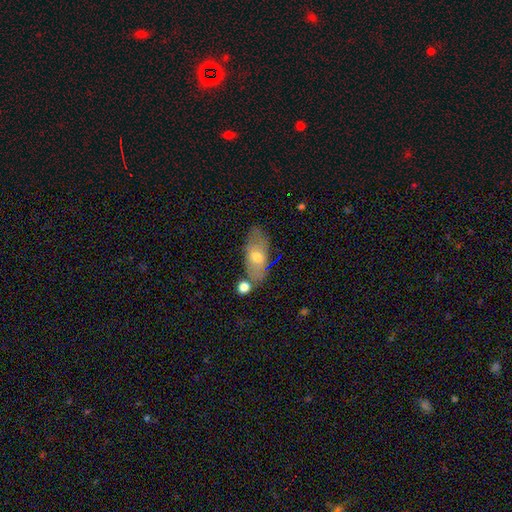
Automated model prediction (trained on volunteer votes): smooth_or_featured: smooth (p=0.56) [alt: featured or disk p=0.36]
how_rounded: in between (p=0.85) [alt: cigar-shaped p=0.10]
merging: none (p=0.66) [alt: minor disturbance p=0.19]